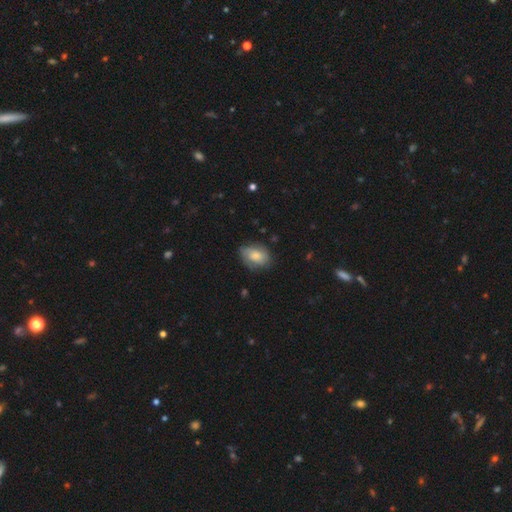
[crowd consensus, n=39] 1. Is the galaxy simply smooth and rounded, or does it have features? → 77% smooth, 15% featured or disk, 8% star or artifact.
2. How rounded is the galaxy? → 83% in between, 13% round, 3% cigar-shaped.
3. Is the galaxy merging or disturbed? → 78% none, 17% minor disturbance, 6% major disturbance, 0% merger.